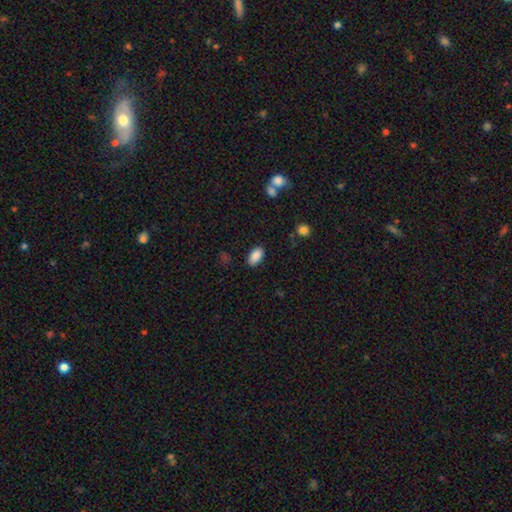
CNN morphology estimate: smooth-or-featured: smooth: 88% | star or artifact: 8% | featured or disk: 5%
  how-rounded: in between: 93% | round: 4% | cigar-shaped: 2%
  merging: none: 85% | minor disturbance: 11% | major disturbance: 3% | merger: 1%